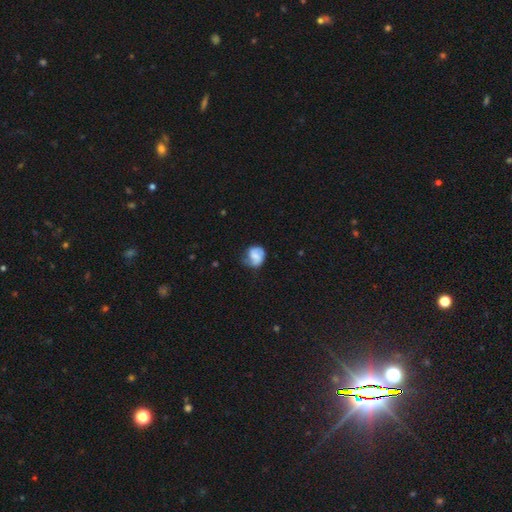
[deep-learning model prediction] smooth-or-featured: smooth: 60% | featured or disk: 32% | star or artifact: 8%
  how-rounded: round: 67% | in between: 32% | cigar-shaped: 1%
  merging: none: 44% | minor disturbance: 37% | major disturbance: 17% | merger: 3%